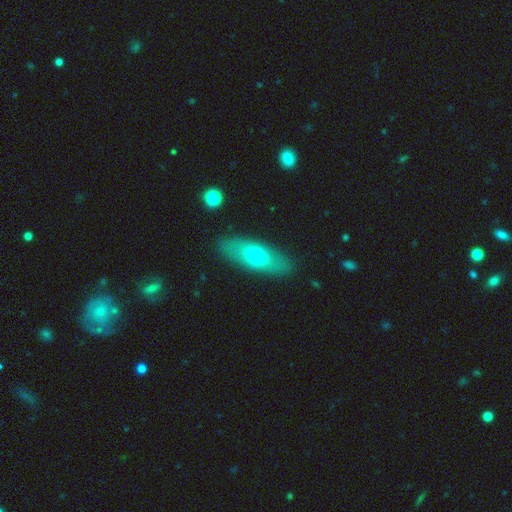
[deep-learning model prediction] smooth_or_featured: smooth (p=0.62) [alt: featured or disk p=0.32]
how_rounded: in between (p=0.67) [alt: cigar-shaped p=0.29]
merging: none (p=0.87) [alt: minor disturbance p=0.09]